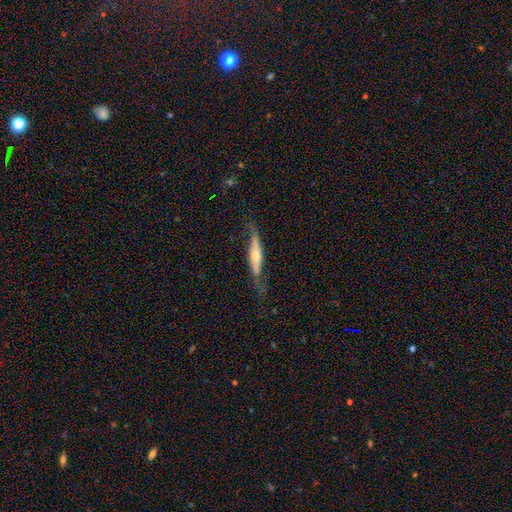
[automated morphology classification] This appears to be a featured or disk galaxy (66%) viewed edge-on (71%). Merging: none (61%).